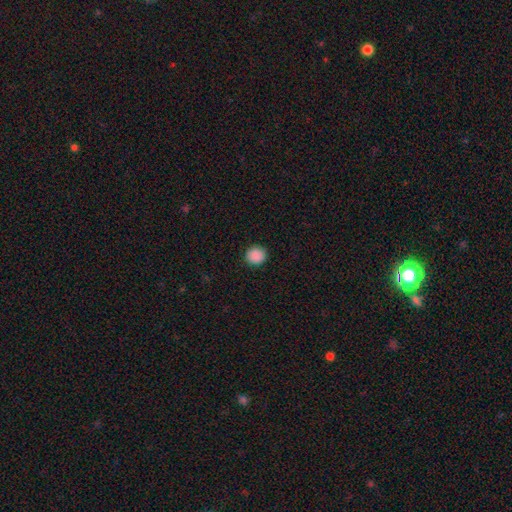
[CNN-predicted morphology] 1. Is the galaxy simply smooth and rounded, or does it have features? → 89% smooth, 8% star or artifact, 3% featured or disk.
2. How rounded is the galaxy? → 90% round, 10% in between, 1% cigar-shaped.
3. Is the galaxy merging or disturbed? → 91% none, 6% minor disturbance, 2% major disturbance, 1% merger.